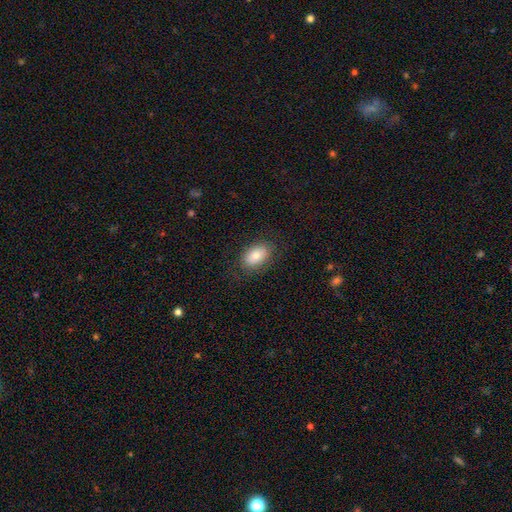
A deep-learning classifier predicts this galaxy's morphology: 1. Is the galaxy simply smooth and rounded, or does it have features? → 81% smooth, 11% featured or disk, 8% star or artifact.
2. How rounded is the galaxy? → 89% in between, 9% round, 1% cigar-shaped.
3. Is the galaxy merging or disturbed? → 82% none, 12% minor disturbance, 4% major disturbance, 1% merger.